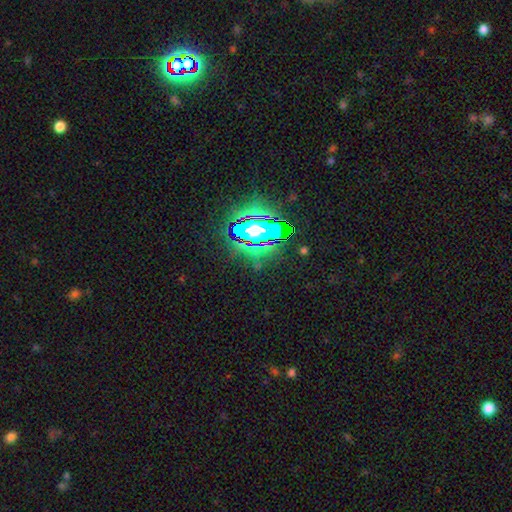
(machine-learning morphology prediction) A star or artifact, not a galaxy (74%).